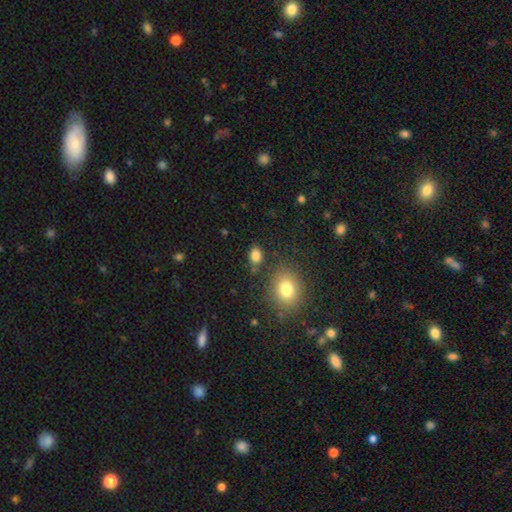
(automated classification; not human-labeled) smooth_or_featured: smooth (p=0.83) [alt: star or artifact p=0.11]
how_rounded: in between (p=0.72) [alt: round p=0.26]
merging: none (p=0.81) [alt: minor disturbance p=0.11]